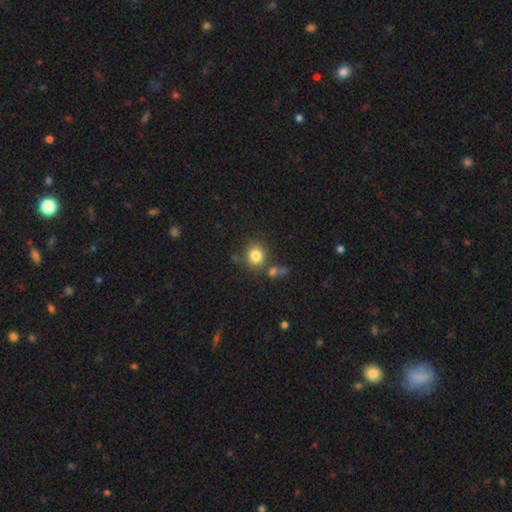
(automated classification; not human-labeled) Q: Smooth or featured?
A: smooth (81%); runner-up: star or artifact (11%)
Q: How rounded?
A: round (81%); runner-up: in between (18%)
Q: Merging?
A: none (74%); runner-up: minor disturbance (11%)